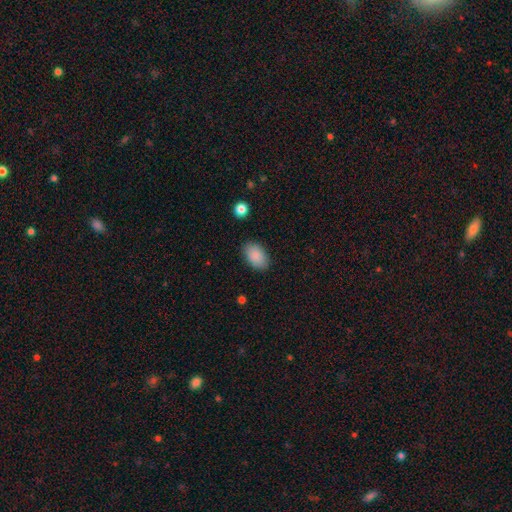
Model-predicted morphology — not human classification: Smooth or featured?
  - smooth: 88% *
  - star or artifact: 7%
  - featured or disk: 5%
How rounded?
  - in between: 92% *
  - round: 7%
  - cigar-shaped: 1%
Merging?
  - none: 86% *
  - minor disturbance: 10%
  - major disturbance: 2%
  - merger: 1%